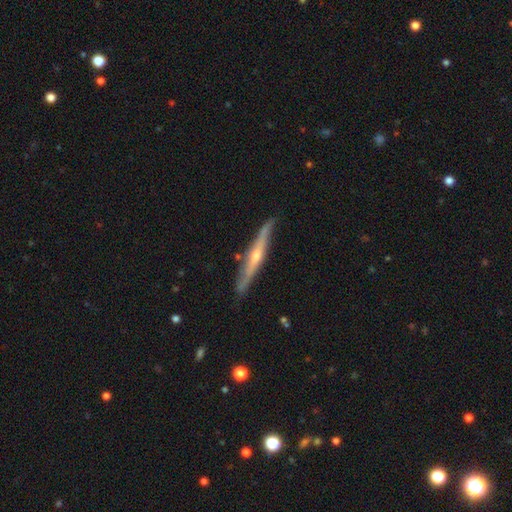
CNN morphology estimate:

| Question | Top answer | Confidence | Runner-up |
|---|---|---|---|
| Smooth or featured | featured or disk | 70% | smooth (25%) |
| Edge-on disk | yes | 93% | no (7%) |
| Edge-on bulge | rounded | 75% | none (19%) |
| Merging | none | 82% | minor disturbance (14%) |